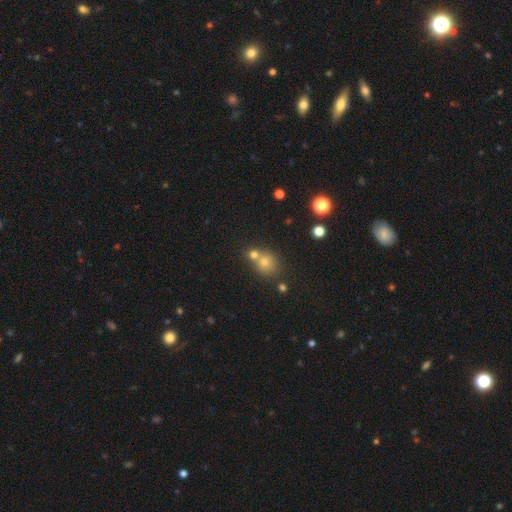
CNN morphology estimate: Q: Smooth or featured?
A: smooth (65%); runner-up: star or artifact (24%)
Q: How rounded?
A: round (81%); runner-up: in between (18%)
Q: Merging?
A: none (56%); runner-up: merger (34%)